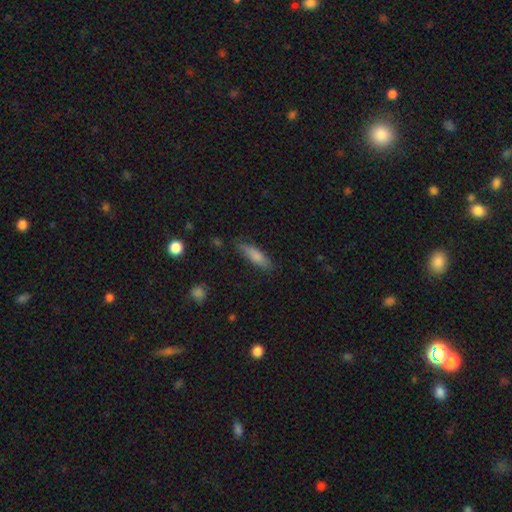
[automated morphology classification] smooth-or-featured: smooth: 80% | featured or disk: 13% | star or artifact: 7%
  how-rounded: cigar-shaped: 60% | in between: 39% | round: 2%
  merging: none: 78% | minor disturbance: 17% | major disturbance: 4% | merger: 2%